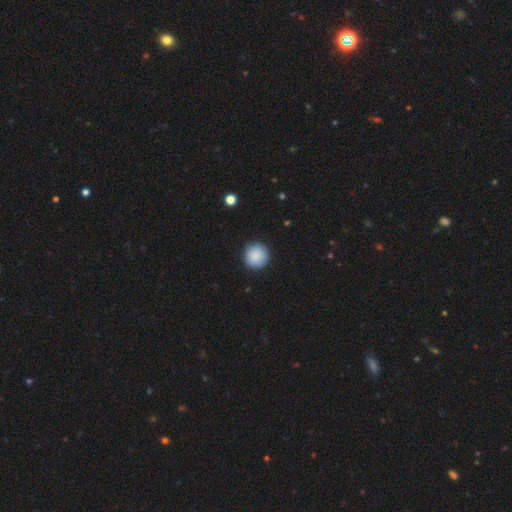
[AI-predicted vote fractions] The model was most divided on "smooth or featured": smooth: 88%, star or artifact: 7%, featured or disk: 5%. More confident: how rounded — round (96%); merging — none (92%).